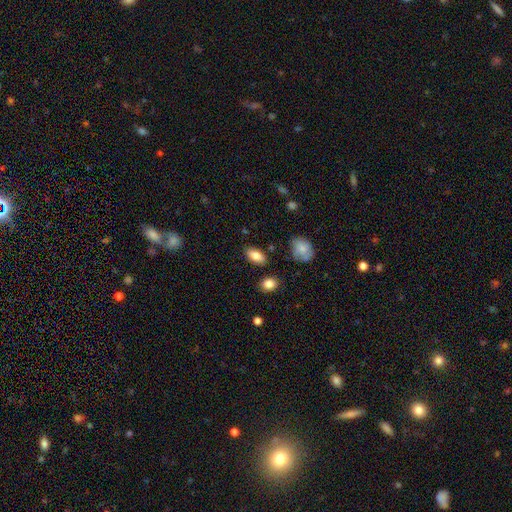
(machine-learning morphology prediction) This is clearly a smooth galaxy (83%). How rounded: clearly in between (90%). Merging: clearly none (84%).